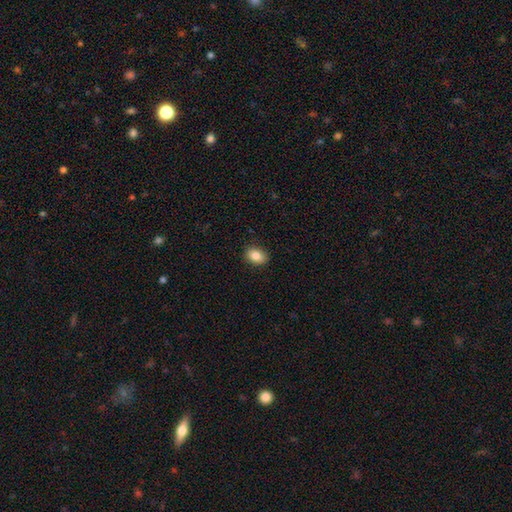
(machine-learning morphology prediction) The model was most divided on "how rounded": in between: 76%, round: 23%, cigar-shaped: 1%. More confident: merging — none (88%); smooth or featured — smooth (85%).